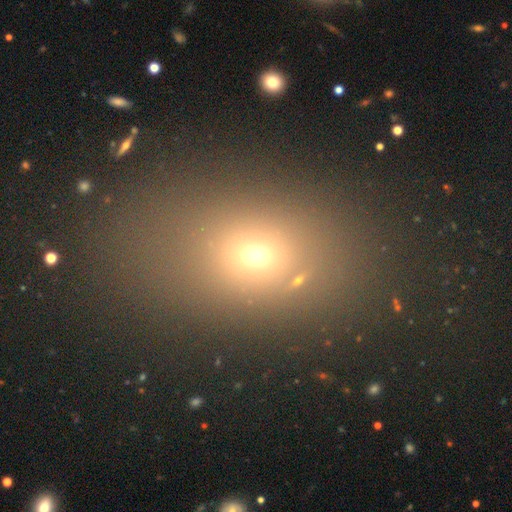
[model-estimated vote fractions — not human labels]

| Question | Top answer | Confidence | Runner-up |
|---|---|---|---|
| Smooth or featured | smooth | 63% | star or artifact (24%) |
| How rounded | in between | 69% | round (28%) |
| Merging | none | 75% | minor disturbance (12%) |